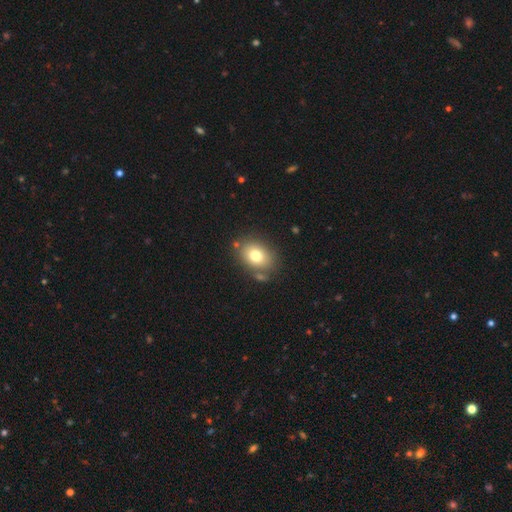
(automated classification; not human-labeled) Morphology: type=smooth (77%); roundness=in between (66%); merging=none (75%).